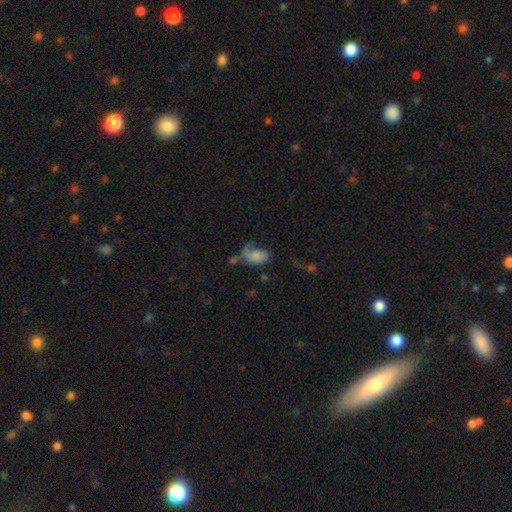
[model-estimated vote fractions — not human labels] Smooth or featured: smooth — 65% (featured or disk — 24%)
How rounded: in between — 86% (round — 12%)
Merging: major disturbance — 35% (none — 28%)